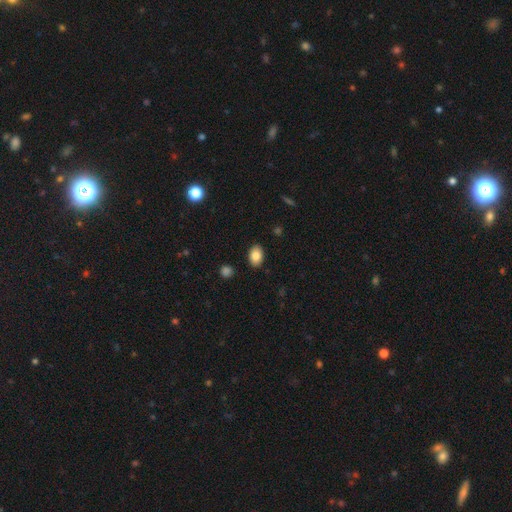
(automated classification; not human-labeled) smooth_or_featured: smooth (p=0.85) [alt: star or artifact p=0.08]
how_rounded: in between (p=0.84) [alt: round p=0.14]
merging: none (p=0.88) [alt: minor disturbance p=0.08]